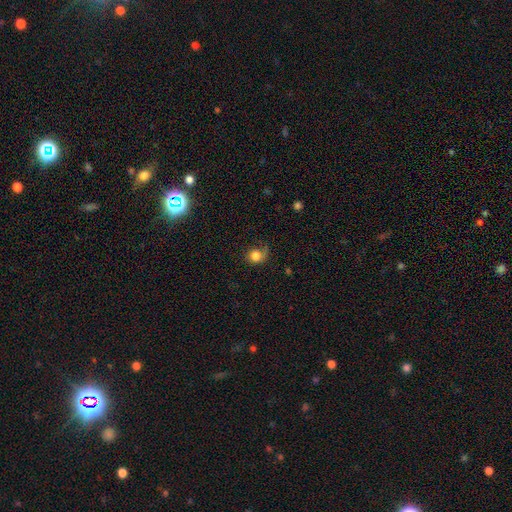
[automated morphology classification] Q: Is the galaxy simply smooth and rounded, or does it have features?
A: smooth — 78%.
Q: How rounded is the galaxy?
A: round — 78%.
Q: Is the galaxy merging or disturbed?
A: none — 52%.